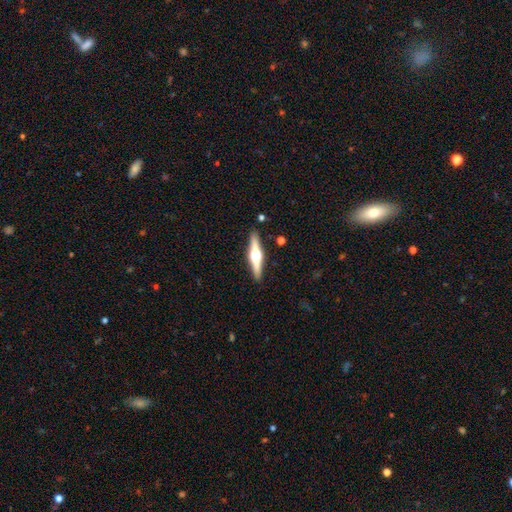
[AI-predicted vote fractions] Smooth or featured?
  - featured or disk: 74% *
  - smooth: 21%
  - star or artifact: 5%
Edge-on disk?
  - yes: 98% *
  - no: 2%
Edge-on bulge?
  - rounded: 96% *
  - boxy: 3%
  - none: 1%
Merging?
  - none: 91% *
  - minor disturbance: 7%
  - merger: 1%
  - major disturbance: 1%